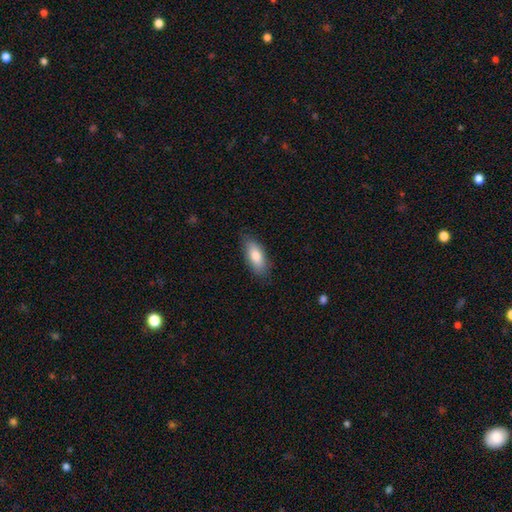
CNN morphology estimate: Overall: smooth (81%). How rounded: in between (79%). Merging: none (82%).